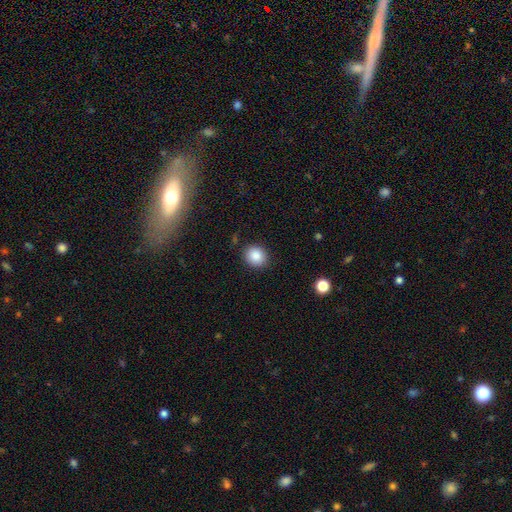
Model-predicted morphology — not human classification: smooth_or_featured: smooth (p=0.87) [alt: star or artifact p=0.09]
how_rounded: round (p=0.81) [alt: in between p=0.19]
merging: none (p=0.88) [alt: minor disturbance p=0.08]